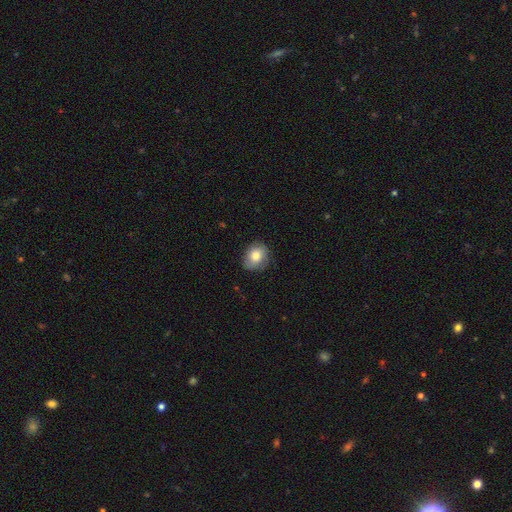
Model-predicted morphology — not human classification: Smooth or featured?
  - smooth: 78% *
  - featured or disk: 14%
  - star or artifact: 8%
How rounded?
  - round: 52% *
  - in between: 47%
  - cigar-shaped: 1%
Merging?
  - none: 77% *
  - minor disturbance: 18%
  - major disturbance: 4%
  - merger: 1%